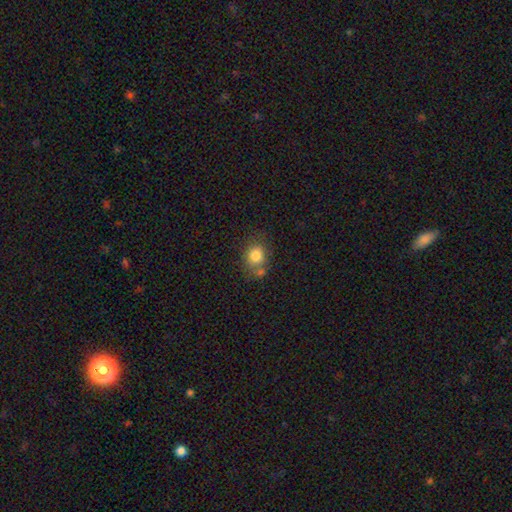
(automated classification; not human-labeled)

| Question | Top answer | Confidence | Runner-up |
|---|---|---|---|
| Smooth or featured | smooth | 81% | star or artifact (10%) |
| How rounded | round | 58% | in between (41%) |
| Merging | none | 57% | minor disturbance (19%) |